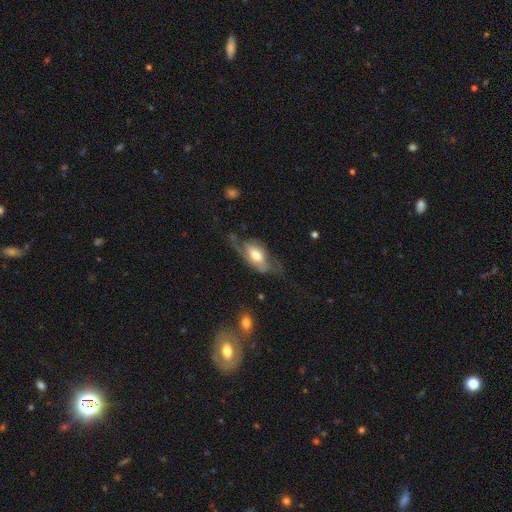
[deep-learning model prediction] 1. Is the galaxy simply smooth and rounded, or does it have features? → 60% featured or disk, 34% smooth, 6% star or artifact.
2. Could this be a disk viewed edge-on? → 81% no, 19% yes.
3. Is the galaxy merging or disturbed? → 41% none, 30% major disturbance, 26% minor disturbance, 3% merger.